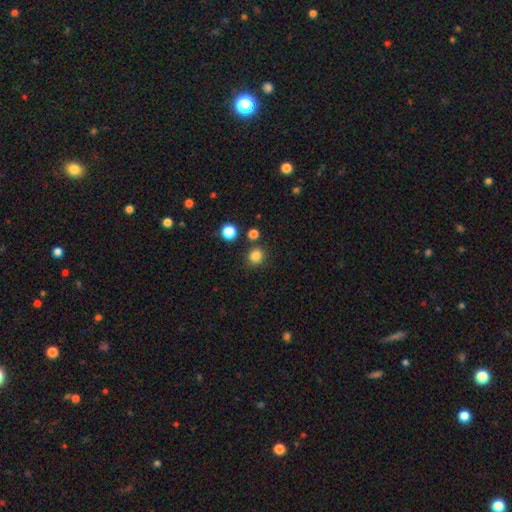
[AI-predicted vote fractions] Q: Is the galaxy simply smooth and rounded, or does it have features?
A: smooth — 83%.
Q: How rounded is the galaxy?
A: round — 90%.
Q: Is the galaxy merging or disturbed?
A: none — 85%.